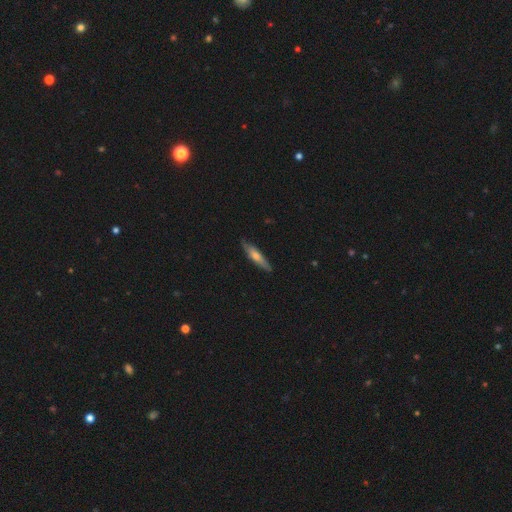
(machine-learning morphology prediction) Q: Smooth or featured?
A: featured or disk (48%); runner-up: smooth (47%)
Q: Merging?
A: none (86%); runner-up: minor disturbance (12%)